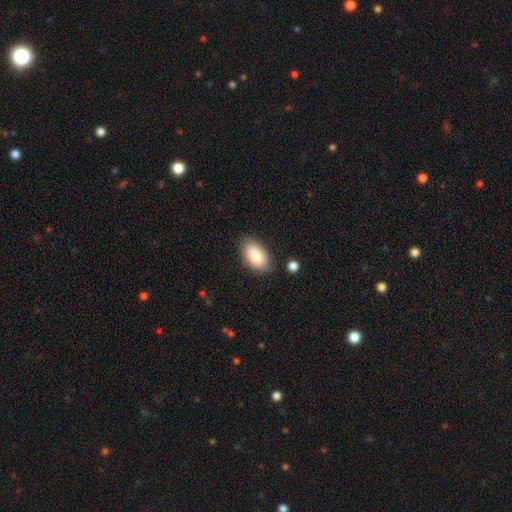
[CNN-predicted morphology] This appears to be a smooth galaxy with no disk features (84%) that is in between round and cigar-shaped (94%). Merging: none (82%).